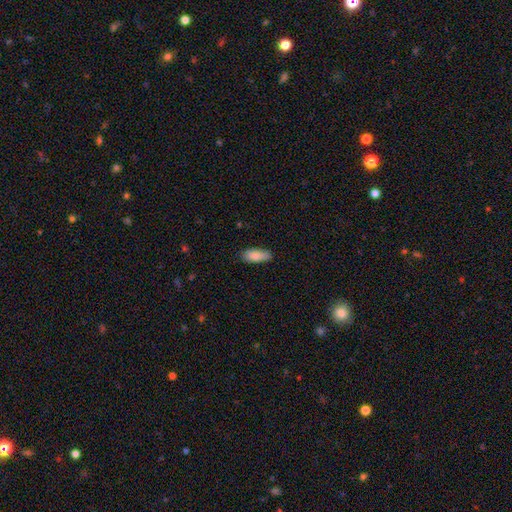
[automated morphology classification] Smooth or featured: smooth — 86% (featured or disk — 8%)
How rounded: in between — 79% (cigar-shaped — 19%)
Merging: none — 79% (minor disturbance — 17%)